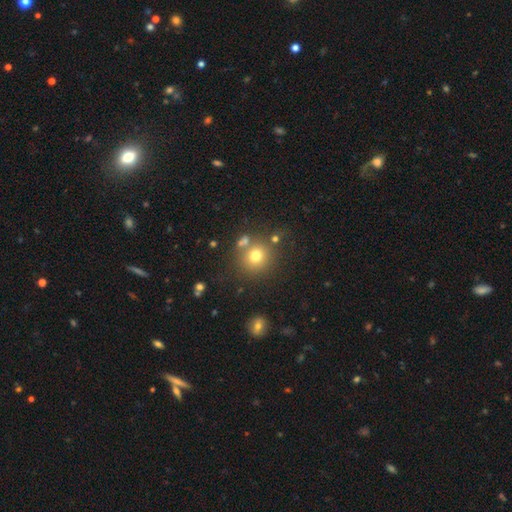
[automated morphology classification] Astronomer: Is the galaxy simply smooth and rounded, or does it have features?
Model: smooth — 74%.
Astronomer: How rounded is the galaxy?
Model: round — 88%.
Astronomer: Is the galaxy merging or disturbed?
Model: none — 73%.